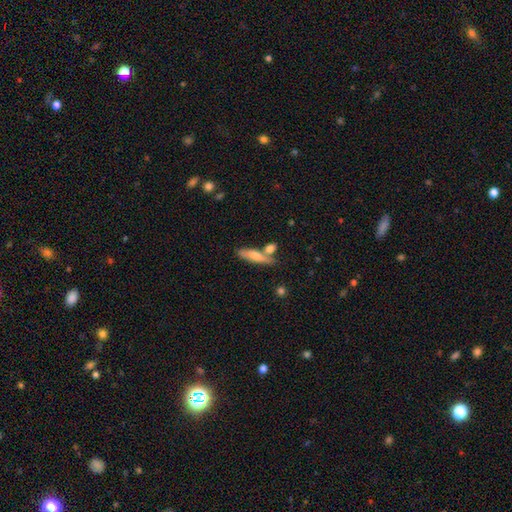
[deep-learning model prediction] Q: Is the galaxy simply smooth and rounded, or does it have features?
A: smooth — 67%.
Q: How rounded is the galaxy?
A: cigar-shaped — 66%.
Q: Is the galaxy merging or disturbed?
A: none — 55%.